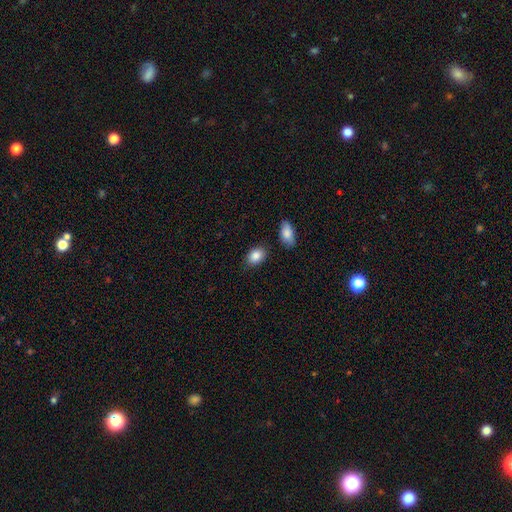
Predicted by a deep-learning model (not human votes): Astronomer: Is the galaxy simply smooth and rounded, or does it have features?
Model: smooth — 87%.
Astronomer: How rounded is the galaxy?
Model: in between — 78%.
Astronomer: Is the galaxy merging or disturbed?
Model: none — 80%.